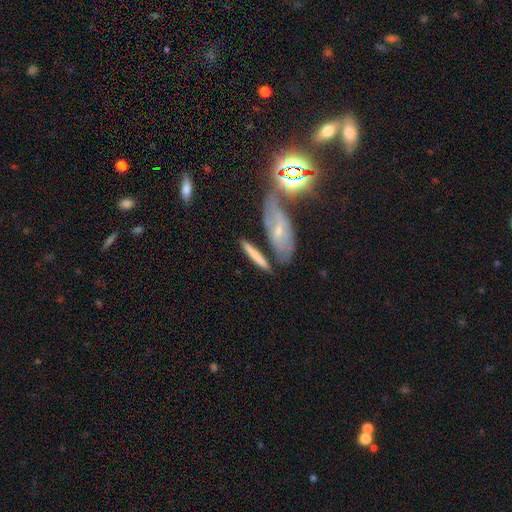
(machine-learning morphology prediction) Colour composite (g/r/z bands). It shows a smooth galaxy with no disk features (65%) that is cigar-shaped (80%). Merging: none (63%).